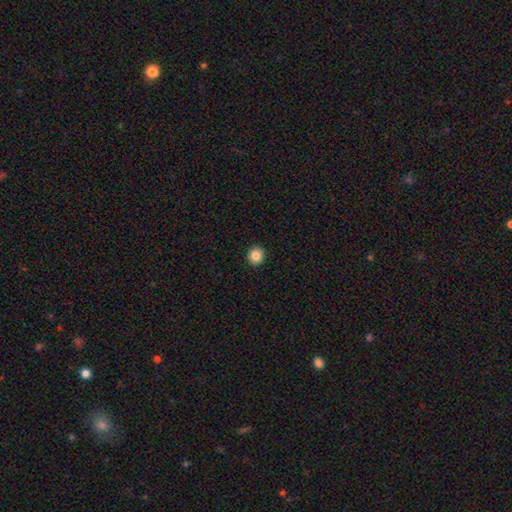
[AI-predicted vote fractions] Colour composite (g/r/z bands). It shows a smooth galaxy with no disk features (85%) that is round (86%). Merging: none (93%).